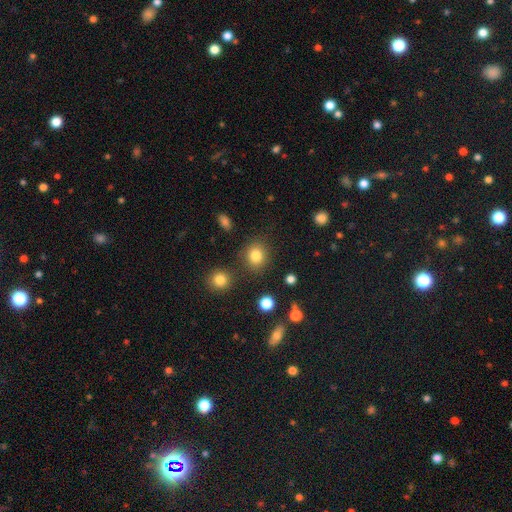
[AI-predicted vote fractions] The model was most divided on "how rounded": round: 80%, in between: 19%, cigar-shaped: 1%. More confident: merging — none (83%); smooth or featured — smooth (81%).